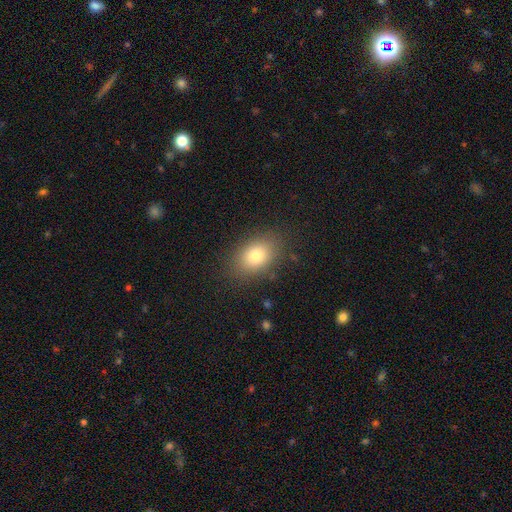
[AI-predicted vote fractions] Smooth or featured?
  - smooth: 79% *
  - featured or disk: 11%
  - star or artifact: 10%
How rounded?
  - in between: 81% *
  - round: 18%
  - cigar-shaped: 1%
Merging?
  - none: 84% *
  - minor disturbance: 11%
  - major disturbance: 4%
  - merger: 1%